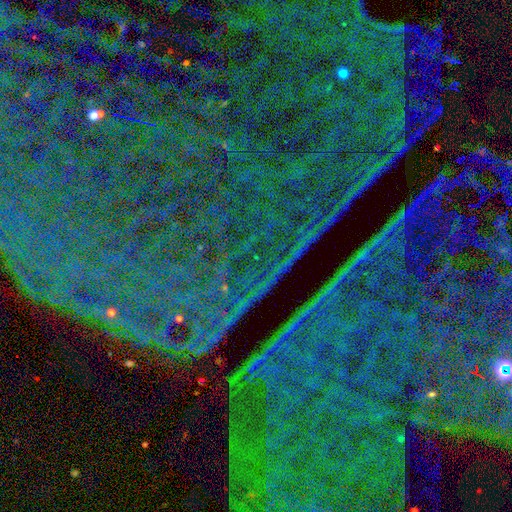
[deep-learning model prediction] Smooth or featured? Predicted: star or artifact (p=0.88).